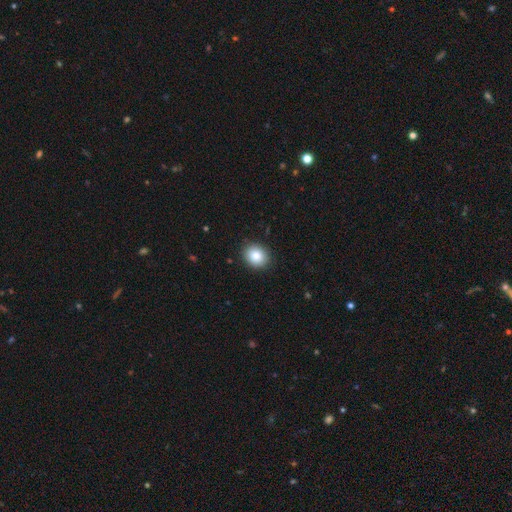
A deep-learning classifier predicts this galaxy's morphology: smooth 83%, star or artifact 9%, featured or disk 7%. Down the decision tree: how rounded — round (71%); merging — none (90%).